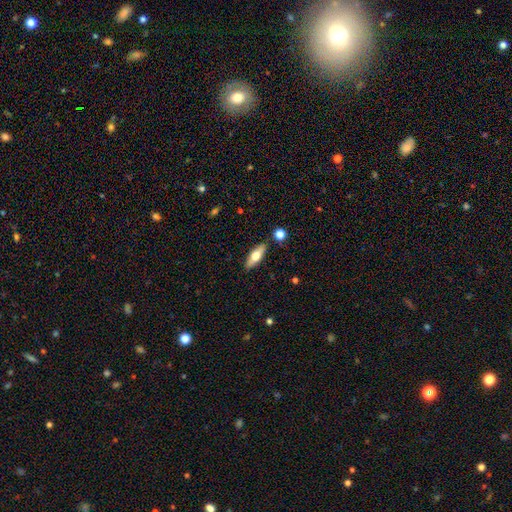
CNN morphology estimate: A smooth galaxy with no disk features (56%) that is in between round and cigar-shaped (58%).

Vote fractions:
- Smooth or featured? smooth: 56% / featured or disk: 37% / star or artifact: 6%
- How rounded? in between: 58% / cigar-shaped: 40% / round: 3%
- Merging? none: 87% / minor disturbance: 8% / merger: 3% / major disturbance: 2%